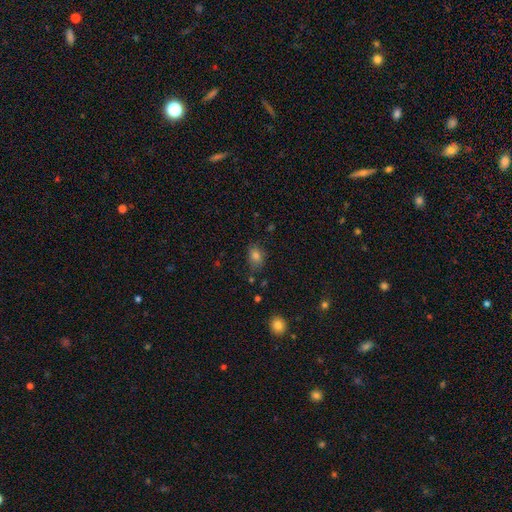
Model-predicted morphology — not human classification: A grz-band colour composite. It shows a smooth galaxy with no disk features (79%) that is in between round and cigar-shaped (71%). Merging: none (75%).